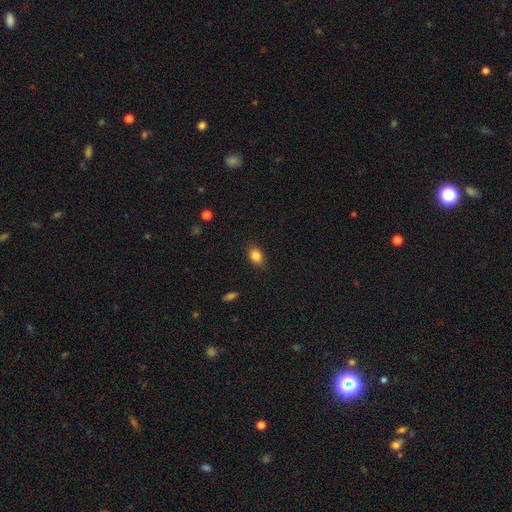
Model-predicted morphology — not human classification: This appears to be a smooth galaxy with no disk features (85%) that is in between round and cigar-shaped (75%). Merging: none (84%).